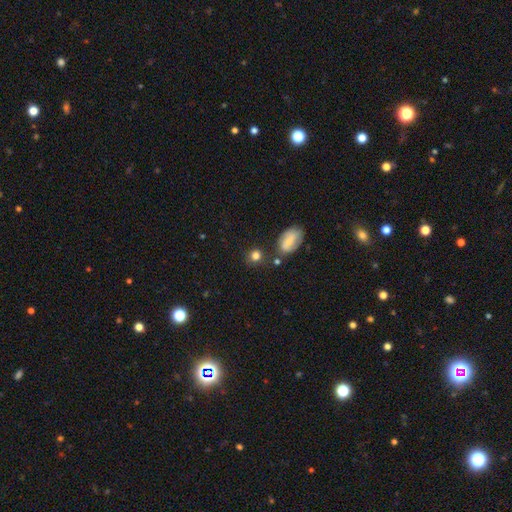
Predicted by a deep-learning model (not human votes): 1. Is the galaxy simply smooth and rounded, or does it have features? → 79% smooth, 12% star or artifact, 9% featured or disk.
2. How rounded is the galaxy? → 79% round, 19% in between, 1% cigar-shaped.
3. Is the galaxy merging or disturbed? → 73% none, 13% minor disturbance, 10% merger, 4% major disturbance.